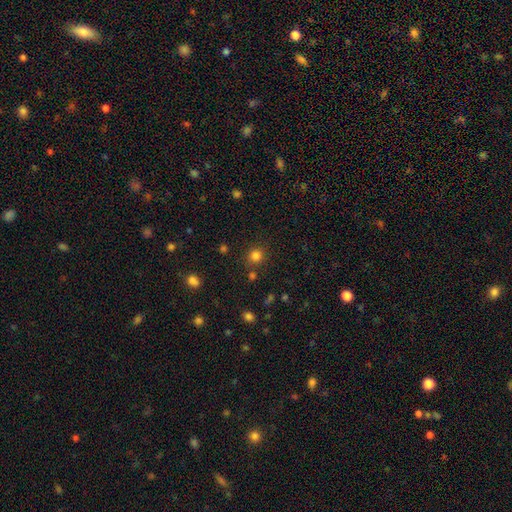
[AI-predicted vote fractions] Smooth or featured: smooth — 81% (star or artifact — 15%)
How rounded: round — 87% (in between — 12%)
Merging: none — 82% (minor disturbance — 9%)